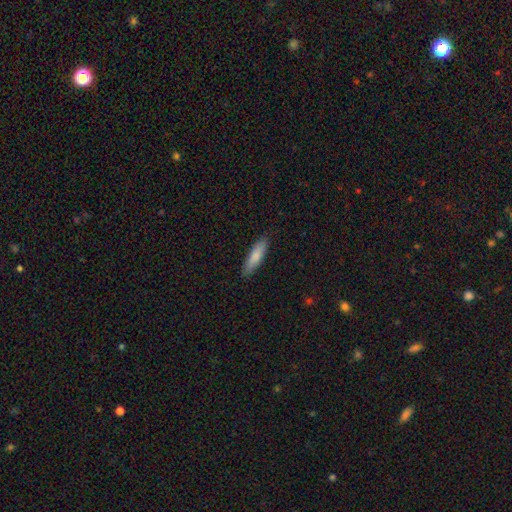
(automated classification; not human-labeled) A smooth galaxy with no disk features (82%) that is cigar-shaped (70%). Merging: none (88%).